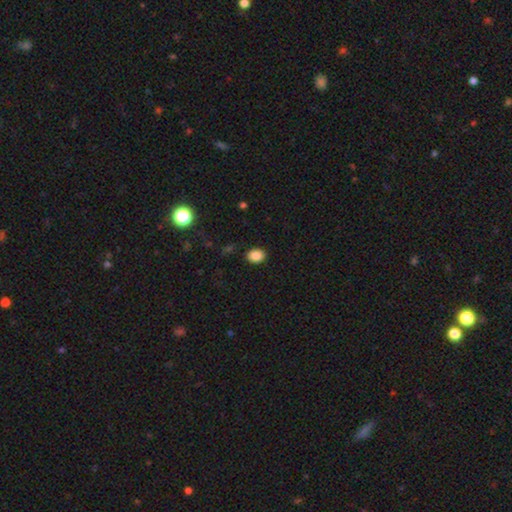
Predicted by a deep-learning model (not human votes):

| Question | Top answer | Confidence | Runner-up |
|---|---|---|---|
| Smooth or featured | smooth | 86% | star or artifact (9%) |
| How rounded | in between | 63% | round (36%) |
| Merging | none | 89% | minor disturbance (8%) |